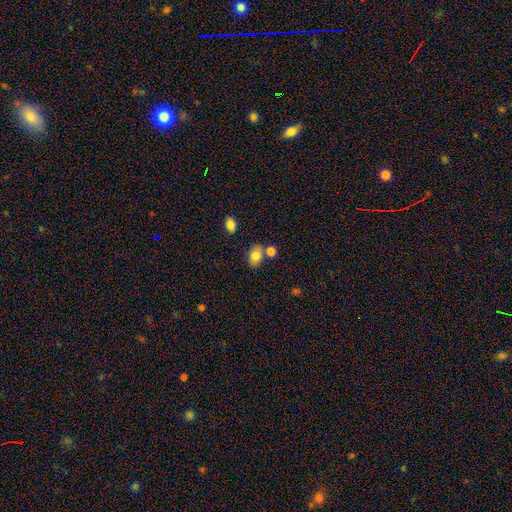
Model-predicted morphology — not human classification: smooth-or-featured: smooth: 80% | featured or disk: 11% | star or artifact: 9%
  how-rounded: in between: 73% | round: 25% | cigar-shaped: 1%
  merging: none: 62% | merger: 20% | minor disturbance: 14% | major disturbance: 4%